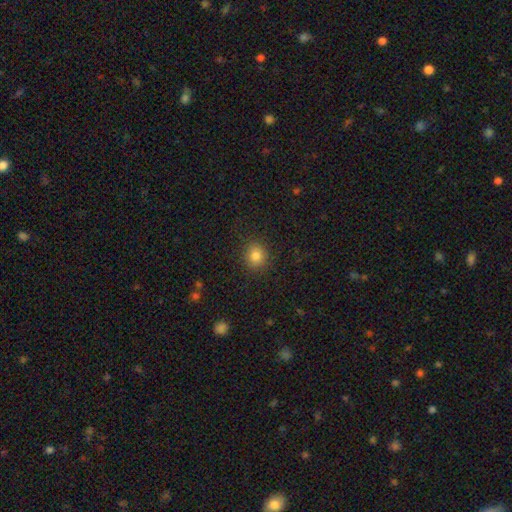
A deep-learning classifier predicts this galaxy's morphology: type=smooth (83%); roundness=round (77%); merging=none (88%).